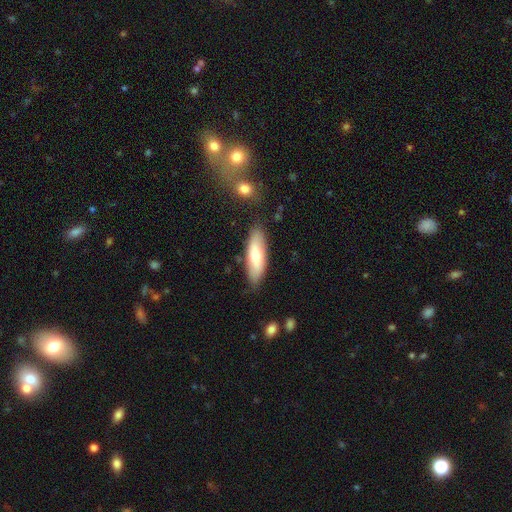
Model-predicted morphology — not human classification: smooth_or_featured: smooth (p=0.67) [alt: featured or disk p=0.27]
how_rounded: in between (p=0.59) [alt: cigar-shaped p=0.39]
merging: none (p=0.80) [alt: minor disturbance p=0.15]